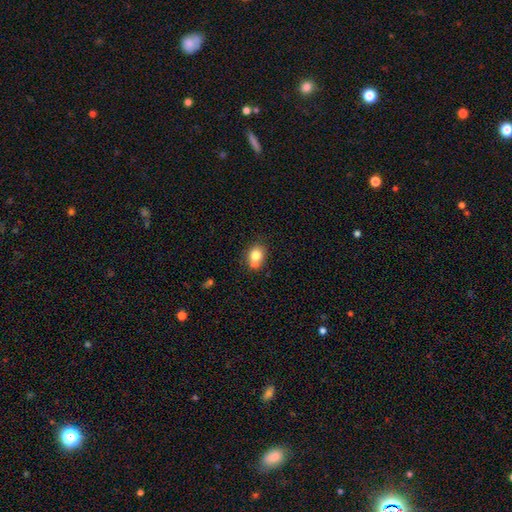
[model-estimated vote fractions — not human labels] smooth-or-featured: smooth: 79% | featured or disk: 11% | star or artifact: 10%
  how-rounded: round: 58% | in between: 41% | cigar-shaped: 1%
  merging: none: 57% | merger: 23% | minor disturbance: 16% | major disturbance: 4%